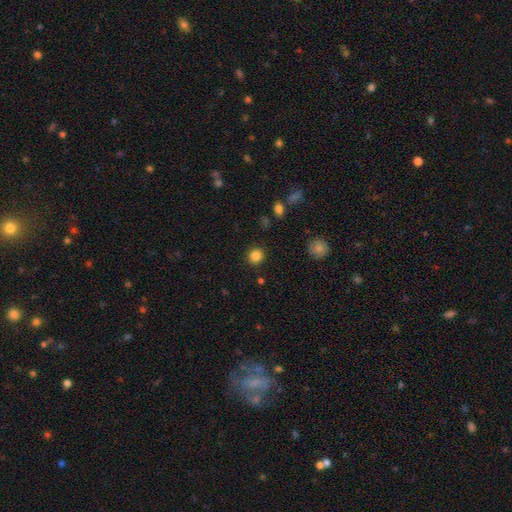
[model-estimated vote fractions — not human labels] Smooth or featured: smooth — 85% (star or artifact — 11%)
How rounded: round — 88% (in between — 11%)
Merging: none — 90% (minor disturbance — 6%)